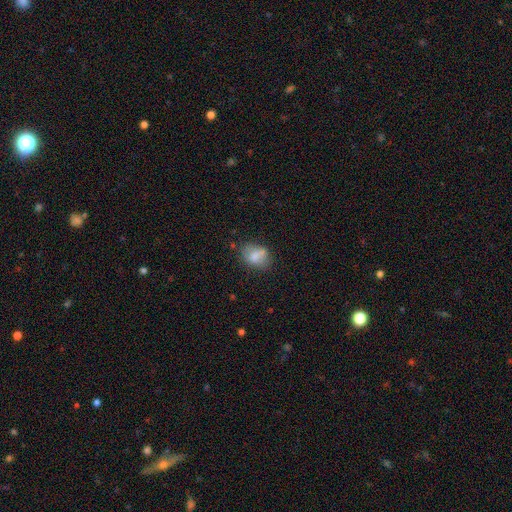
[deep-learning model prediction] The model was most divided on "merging": none: 53%, minor disturbance: 25%, merger: 14%, major disturbance: 9%. More confident: smooth or featured — smooth (72%); how rounded — in between (67%).